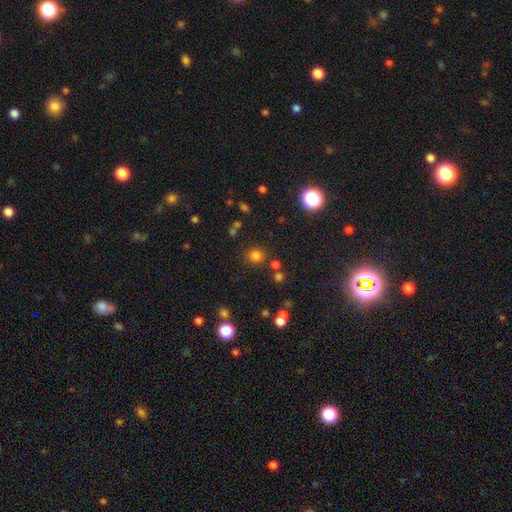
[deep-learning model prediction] Morphology: type=smooth (76%); roundness=round (91%); merging=none (83%).